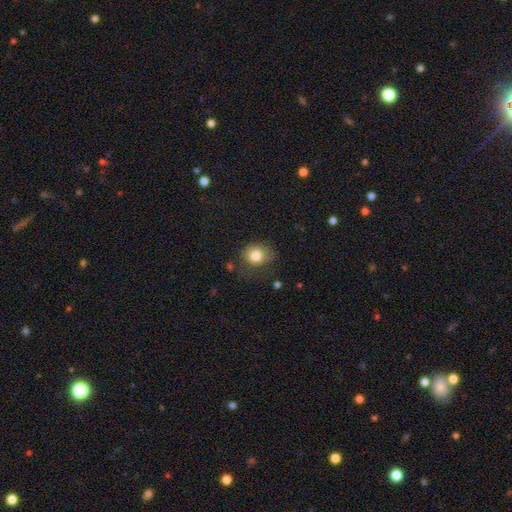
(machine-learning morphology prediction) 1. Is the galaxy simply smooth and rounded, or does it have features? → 81% smooth, 10% star or artifact, 9% featured or disk.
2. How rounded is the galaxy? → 69% round, 30% in between, 1% cigar-shaped.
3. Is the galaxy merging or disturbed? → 64% none, 24% minor disturbance, 9% major disturbance, 2% merger.